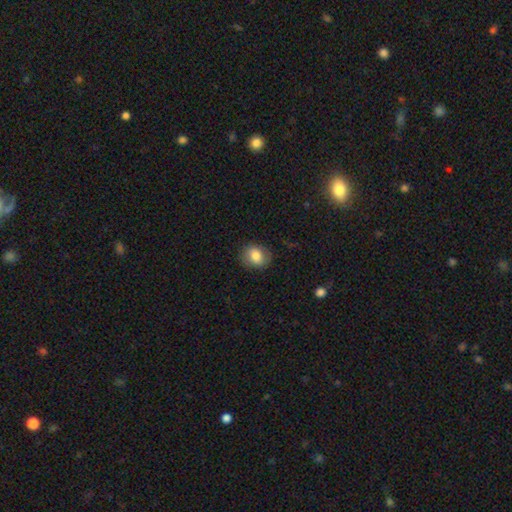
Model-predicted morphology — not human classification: Smooth or featured: smooth — 80% (featured or disk — 11%)
How rounded: round — 55% (in between — 44%)
Merging: none — 83% (minor disturbance — 12%)